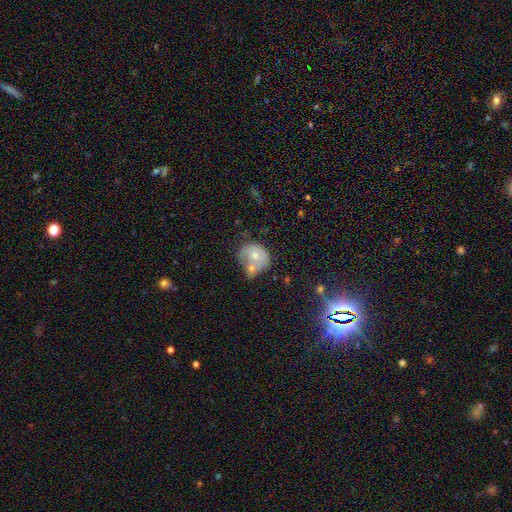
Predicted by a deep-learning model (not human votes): Overall: smooth (58%; featured or disk 34%). How rounded: round (62%; in between 37%). Merging: merger (56%; none 20%).